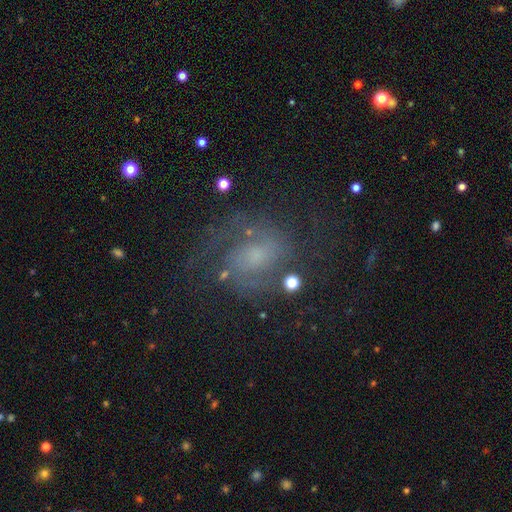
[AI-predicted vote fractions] A featured or disk galaxy (73%) with no bar (56%), 2 (68%) medium (49%) spiral arms (91%) and a small central bulge (49%). Merging: none (68%).